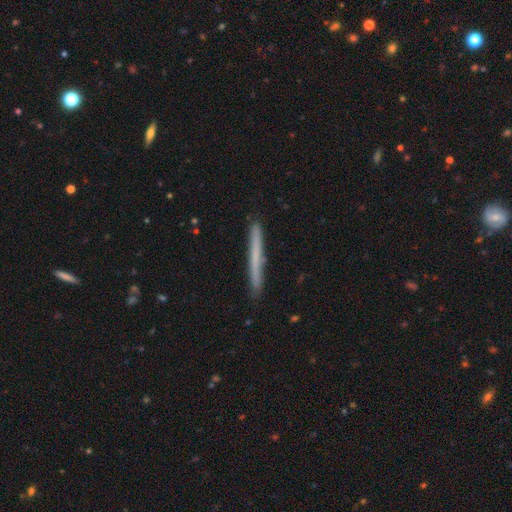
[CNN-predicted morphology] type=smooth (58%); roundness=cigar-shaped (97%); merging=none (91%).